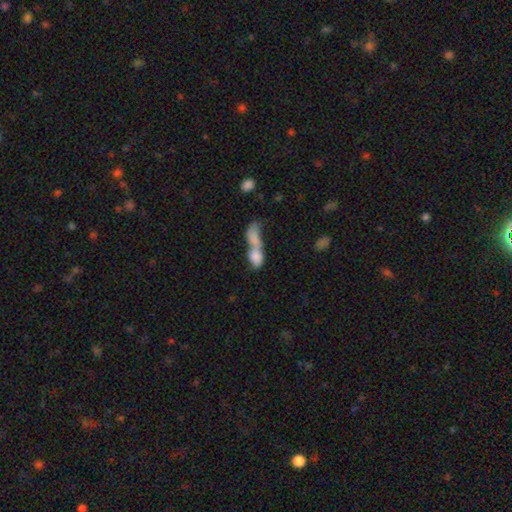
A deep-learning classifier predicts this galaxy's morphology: type=smooth (73%); roundness=in between (71%); merging=merger (78%).